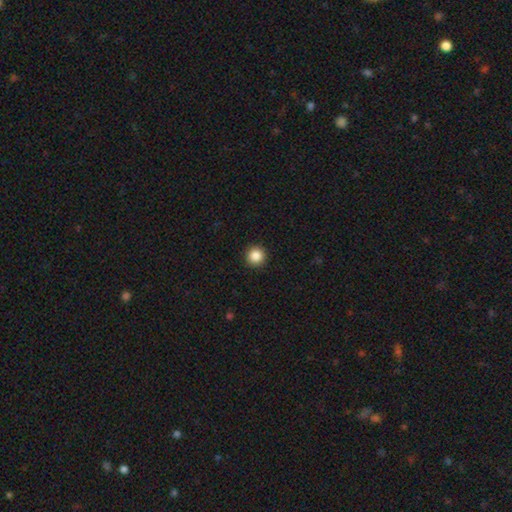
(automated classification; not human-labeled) A smooth galaxy with no disk features (86%) that is round (96%).

Vote fractions:
- Smooth or featured? smooth: 86% / star or artifact: 10% / featured or disk: 4%
- How rounded? round: 96% / in between: 4% / cigar-shaped: 1%
- Merging? none: 93% / minor disturbance: 4% / major disturbance: 2% / merger: 1%